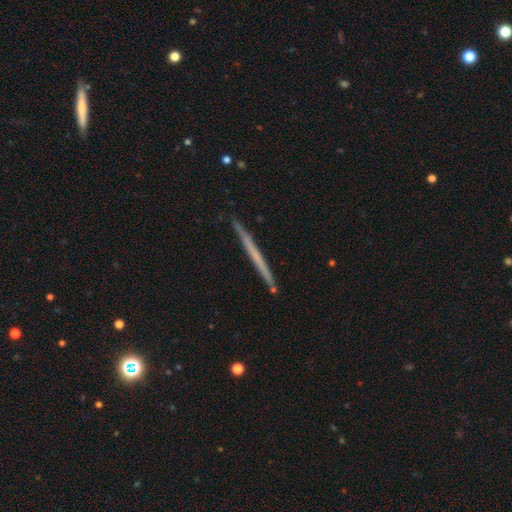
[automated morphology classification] Smooth or featured: featured or disk — 53% (smooth — 41%)
Edge-on disk: yes — 97% (no — 3%)
Edge-on bulge: none — 92% (rounded — 5%)
Merging: none — 91% (minor disturbance — 7%)